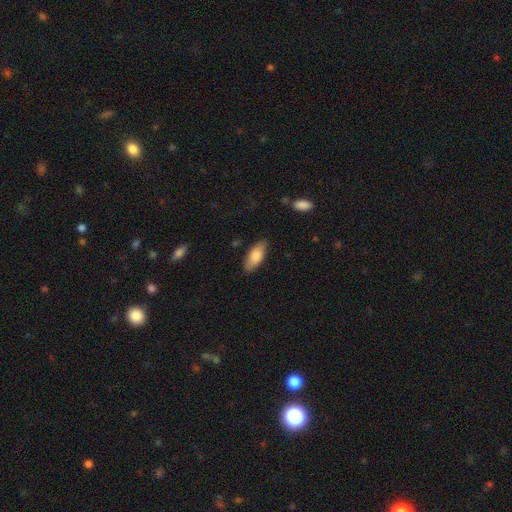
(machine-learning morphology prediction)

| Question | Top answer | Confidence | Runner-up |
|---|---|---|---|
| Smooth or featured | smooth | 81% | featured or disk (13%) |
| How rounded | in between | 85% | cigar-shaped (14%) |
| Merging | none | 84% | minor disturbance (12%) |